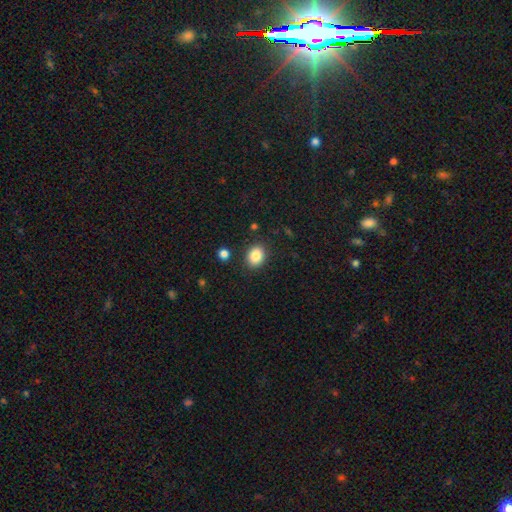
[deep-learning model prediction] Overall: smooth (86%). How rounded: in between (50%; round 49%). Merging: none (86%).